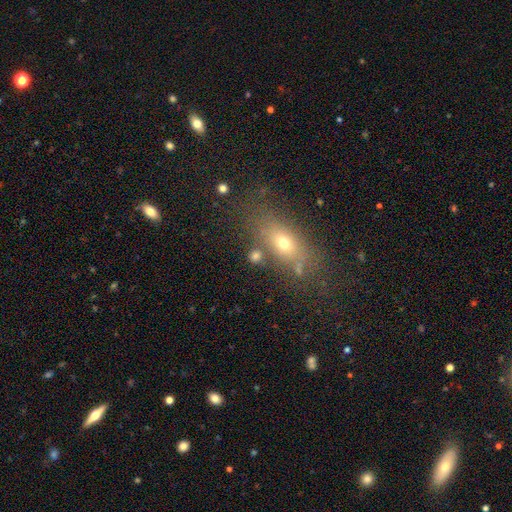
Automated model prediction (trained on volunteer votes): A smooth galaxy with no disk features (68%) that is in between round and cigar-shaped (51%).

Vote fractions:
- Smooth or featured? smooth: 68% / star or artifact: 17% / featured or disk: 15%
- How rounded? in between: 51% / round: 41% / cigar-shaped: 8%
- Merging? none: 72% / minor disturbance: 12% / merger: 11% / major disturbance: 6%